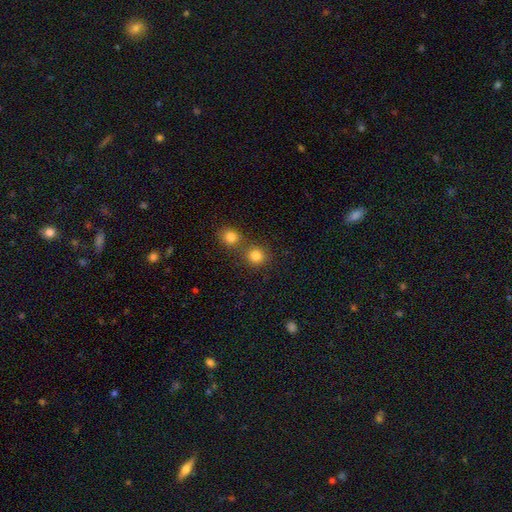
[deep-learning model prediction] This appears to be a smooth galaxy with no disk features (83%) that is round (89%). Merging: none (61%).